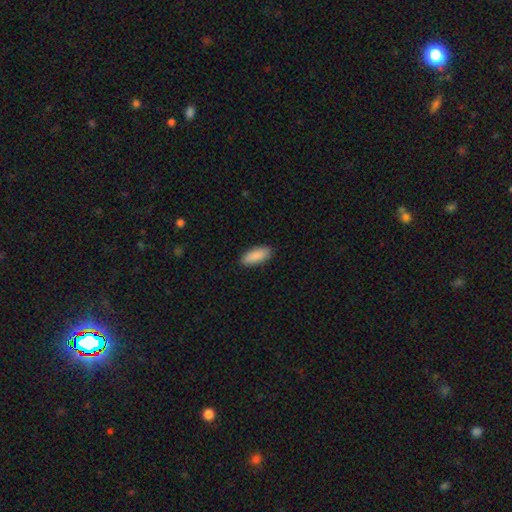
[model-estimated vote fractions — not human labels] Smooth or featured? smooth (90%)
How rounded? in between (80%)
Merging? none (90%)